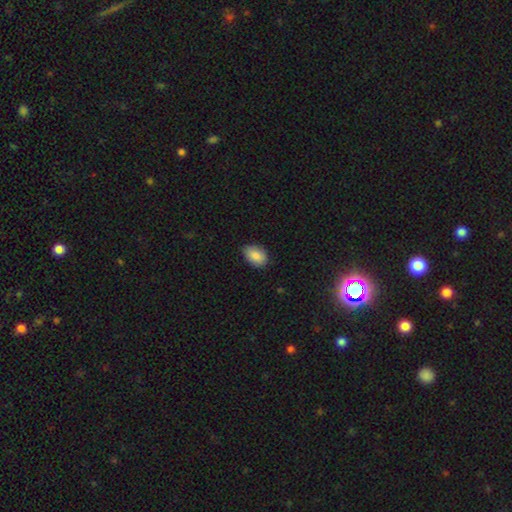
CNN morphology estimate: smooth 88%, star or artifact 7%, featured or disk 5%. Down the decision tree: how rounded — in between (88%); merging — none (80%).